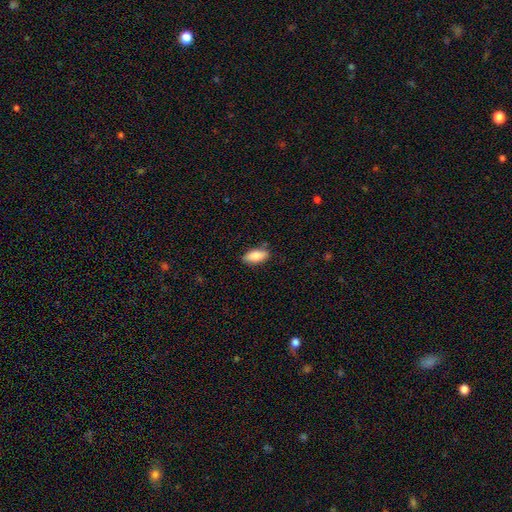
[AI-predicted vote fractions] The model was most divided on "merging": none: 81%, minor disturbance: 15%, major disturbance: 3%, merger: 2%. More confident: how rounded — in between (88%); smooth or featured — smooth (86%).